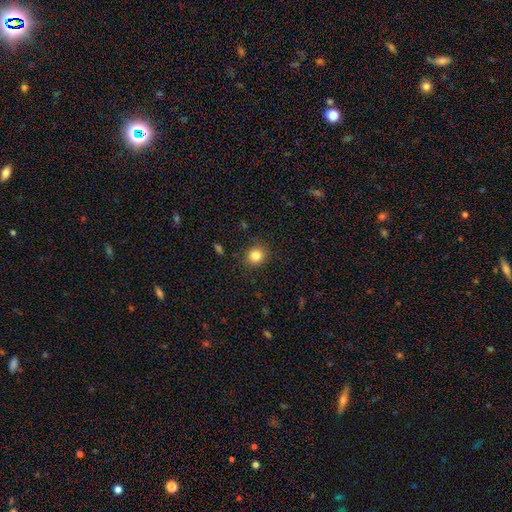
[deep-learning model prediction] Smooth or featured?
  - smooth: 84% *
  - star or artifact: 11%
  - featured or disk: 5%
How rounded?
  - round: 87% *
  - in between: 12%
  - cigar-shaped: 1%
Merging?
  - none: 89% *
  - minor disturbance: 8%
  - major disturbance: 2%
  - merger: 1%